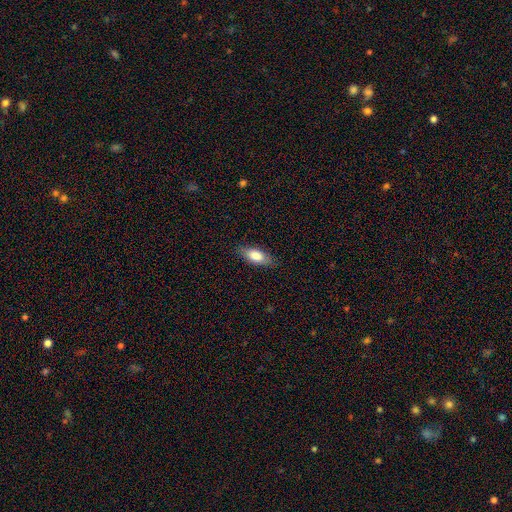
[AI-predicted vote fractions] A smooth galaxy with no disk features (77%) that is in between round and cigar-shaped (80%). Merging: none (82%).